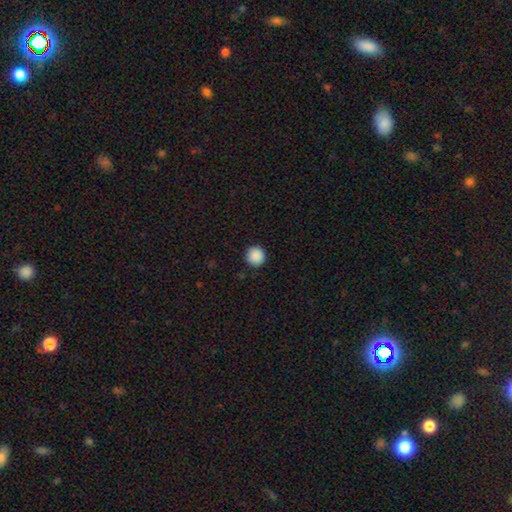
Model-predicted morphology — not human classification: The model was most divided on "smooth or featured": smooth: 89%, star or artifact: 8%, featured or disk: 2%. More confident: how rounded — round (95%); merging — none (91%).